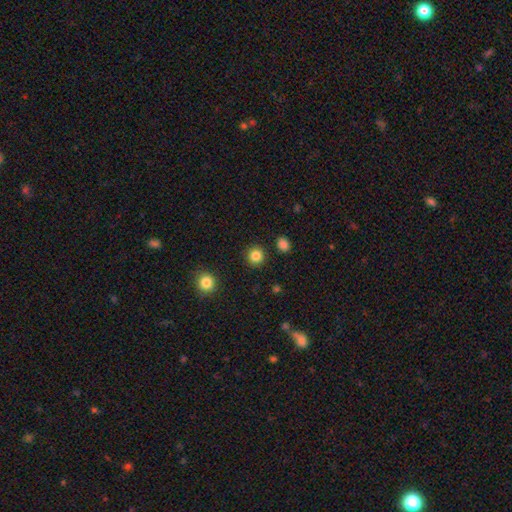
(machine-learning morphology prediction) Smooth or featured: smooth — 85% (star or artifact — 11%)
How rounded: round — 92% (in between — 7%)
Merging: none — 91% (minor disturbance — 5%)